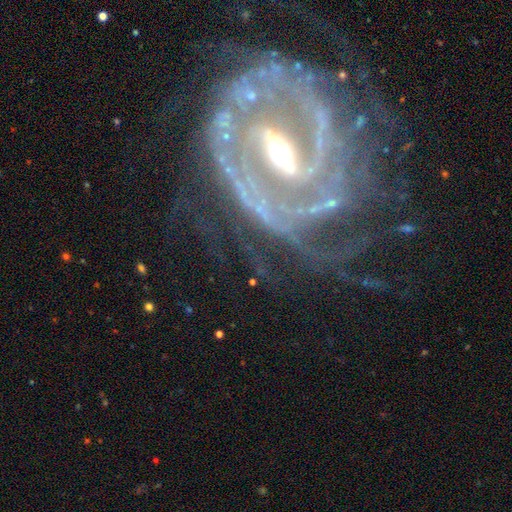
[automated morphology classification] A featured or disk galaxy (90%) with a strong bar (56%), 2 (34%) tight (63%) spiral arms (95%) and a moderate central bulge (58%).

Vote fractions:
- Smooth or featured? featured or disk: 90% / star or artifact: 6% / smooth: 3%
- Edge-on disk? no: 96% / yes: 4%
- Bar? strong: 56% / weak: 32% / no: 12%
- Spiral arms? yes: 95% / no: 5%
- Spiral winding? tight: 63% / medium: 29% / loose: 7%
- Spiral arm count? 2: 34% / can't tell: 26% / 3: 16% / 4: 9% / more than 4: 8% / 1: 7%
- Bulge size? moderate: 58% / small: 33% / large: 6% / none: 2% / dominant: 1%
- Merging? none: 60% / minor disturbance: 20% / major disturbance: 18% / merger: 3%